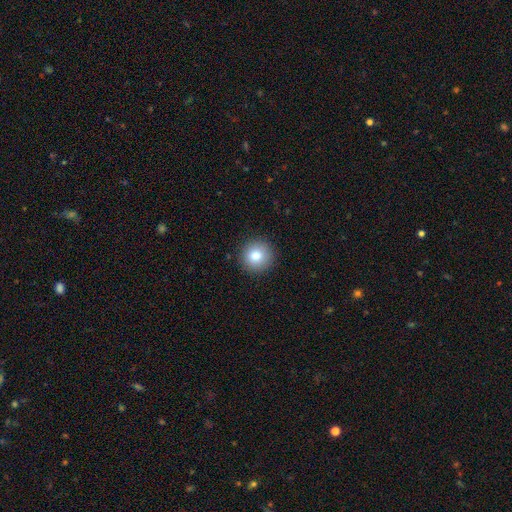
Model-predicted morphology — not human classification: This appears to be a smooth galaxy with no disk features (83%) that is round (94%). Merging: none (91%).